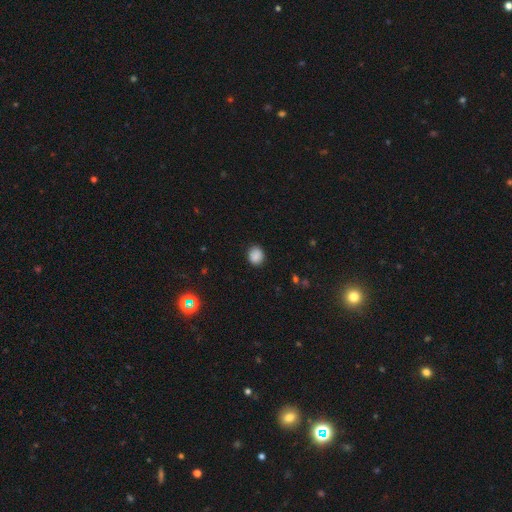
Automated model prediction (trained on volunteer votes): This is clearly a smooth galaxy (87%). How rounded: likely round (73%). Merging: clearly none (87%).